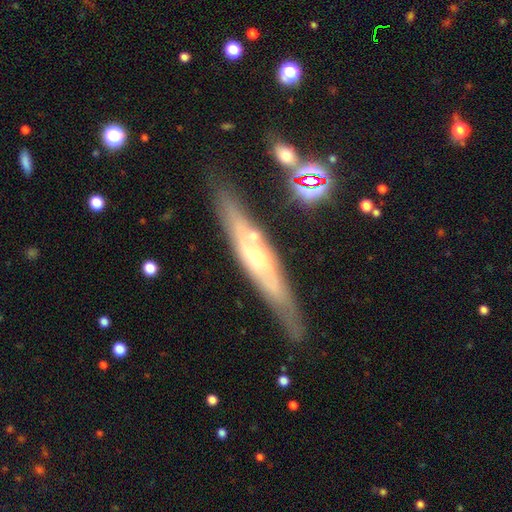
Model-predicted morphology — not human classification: type=featured or disk (71%); edge-on=yes (65%); merging=none (77%).